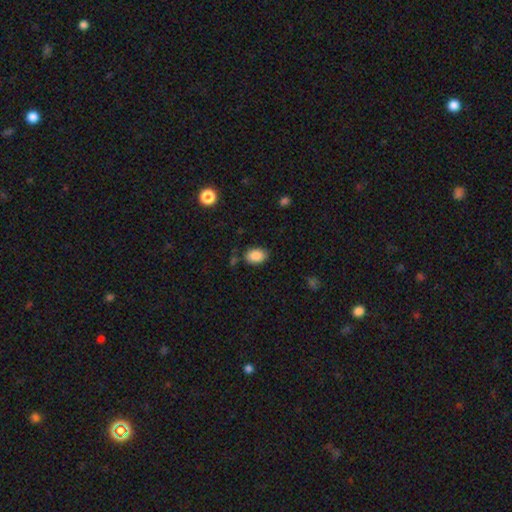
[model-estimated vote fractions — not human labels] Smooth or featured? smooth (88%)
How rounded? in between (82%)
Merging? none (80%)